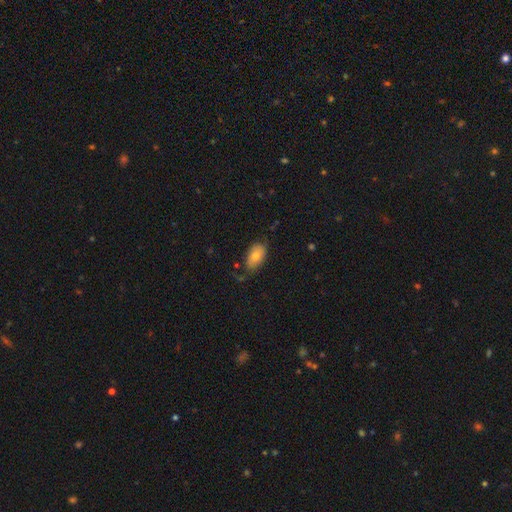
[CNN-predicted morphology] Smooth or featured?
  - smooth: 77% *
  - featured or disk: 16%
  - star or artifact: 7%
How rounded?
  - in between: 93% *
  - round: 5%
  - cigar-shaped: 2%
Merging?
  - none: 67% *
  - minor disturbance: 25%
  - major disturbance: 6%
  - merger: 2%